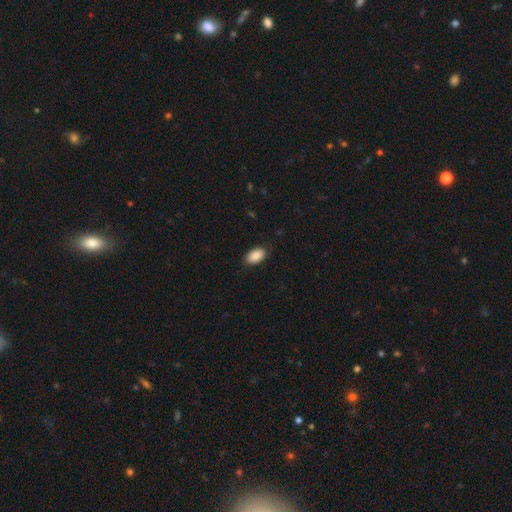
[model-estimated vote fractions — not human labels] Smooth or featured? Predicted: smooth (p=0.90). How rounded? Predicted: in between (p=0.94). Merging? Predicted: none (p=0.86).